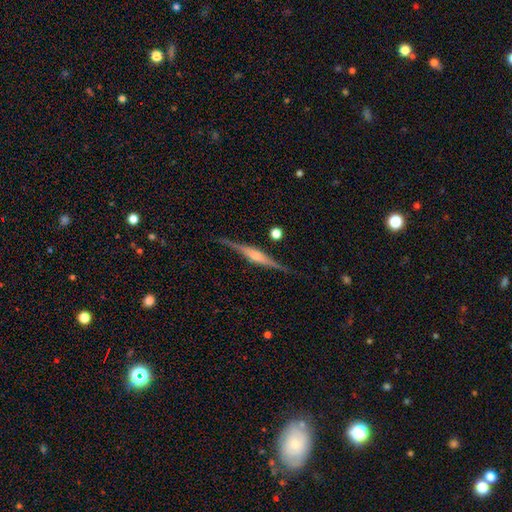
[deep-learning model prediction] The model was most divided on "edge-on bulge": rounded: 68%, boxy: 23%, none: 9%. More confident: edge-on disk — yes (97%); merging — none (85%); smooth or featured — featured or disk (80%).